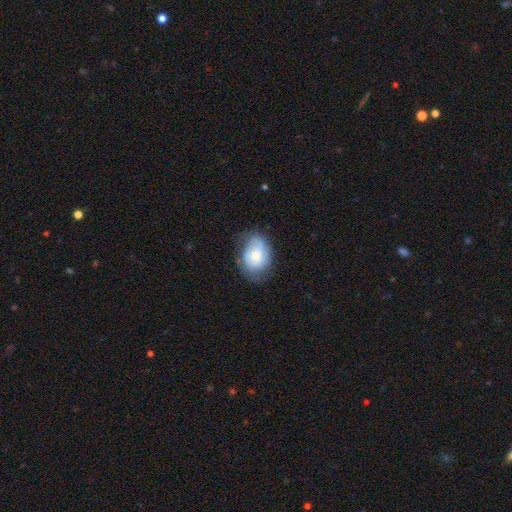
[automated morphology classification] type=smooth (61%); roundness=in between (75%); merging=none (55%).